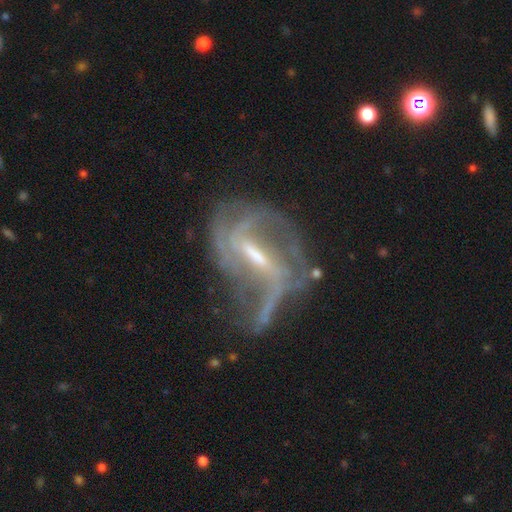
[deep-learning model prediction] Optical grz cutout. It shows a featured or disk galaxy (86%) with a strong bar (59%), 2 (43%) medium (41%) spiral arms (90%) and a small central bulge (47%). Merging: none (44%).